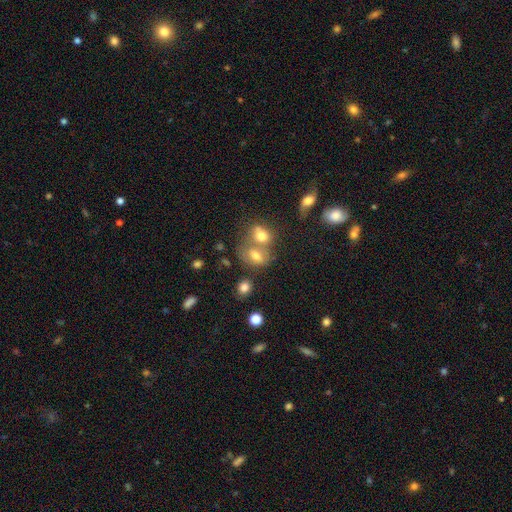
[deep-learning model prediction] Smooth or featured? smooth (69%)
How rounded? in between (66%)
Merging? merger (48%)